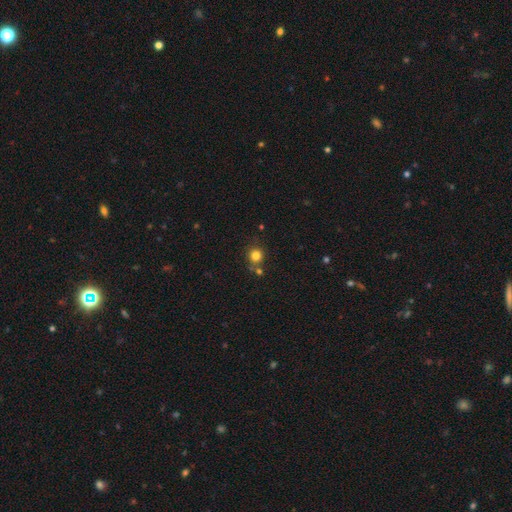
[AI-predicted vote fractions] Q: Smooth or featured?
A: smooth (81%); runner-up: star or artifact (13%)
Q: How rounded?
A: round (91%); runner-up: in between (9%)
Q: Merging?
A: none (73%); runner-up: merger (14%)